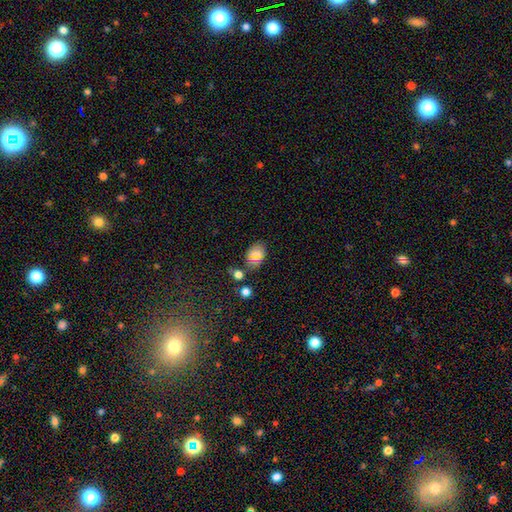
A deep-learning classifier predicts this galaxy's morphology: Smooth or featured? smooth (74%)
How rounded? in between (81%)
Merging? none (72%)